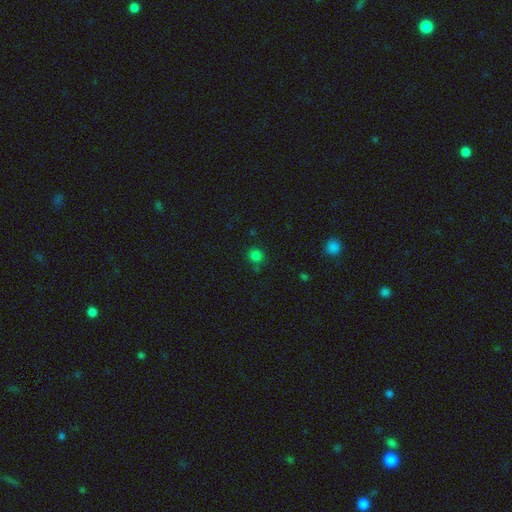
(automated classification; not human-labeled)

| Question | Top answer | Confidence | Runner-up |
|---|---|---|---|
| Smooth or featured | smooth | 77% | star or artifact (19%) |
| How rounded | round | 88% | in between (11%) |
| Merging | none | 77% | minor disturbance (12%) |